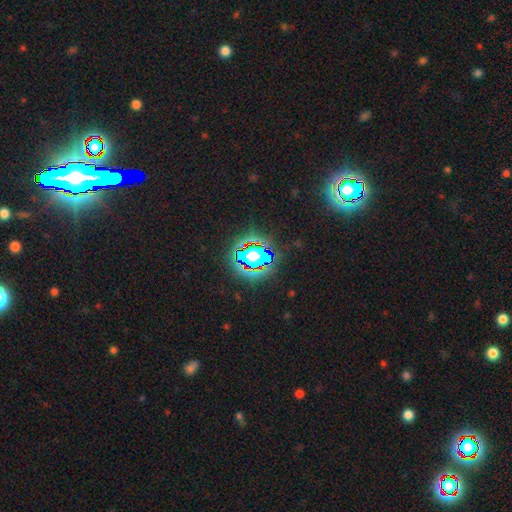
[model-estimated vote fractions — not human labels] This appears to be a star or artifact, not a galaxy (58%).